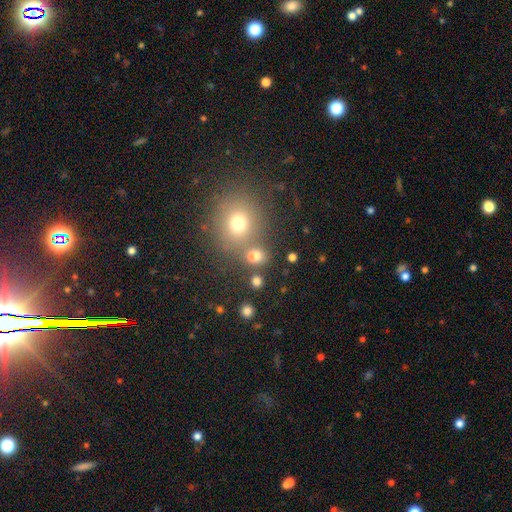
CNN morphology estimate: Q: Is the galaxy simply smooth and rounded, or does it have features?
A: smooth — 74%.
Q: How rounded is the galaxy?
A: round — 67%.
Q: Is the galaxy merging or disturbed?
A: none — 64%.